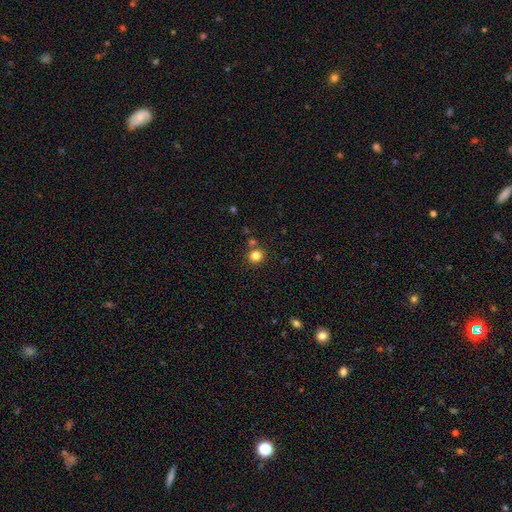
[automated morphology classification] smooth_or_featured: smooth (p=0.82) [alt: star or artifact p=0.13]
how_rounded: round (p=0.90) [alt: in between p=0.10]
merging: none (p=0.80) [alt: merger p=0.10]